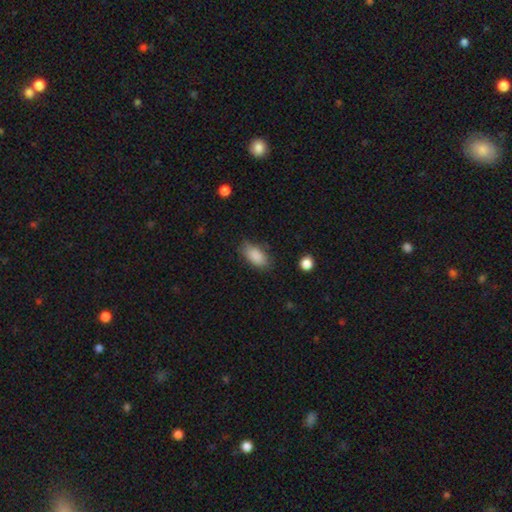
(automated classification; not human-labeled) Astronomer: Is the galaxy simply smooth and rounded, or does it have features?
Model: smooth — 88%.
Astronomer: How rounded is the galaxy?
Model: in between — 91%.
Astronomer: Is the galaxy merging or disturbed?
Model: none — 79%.